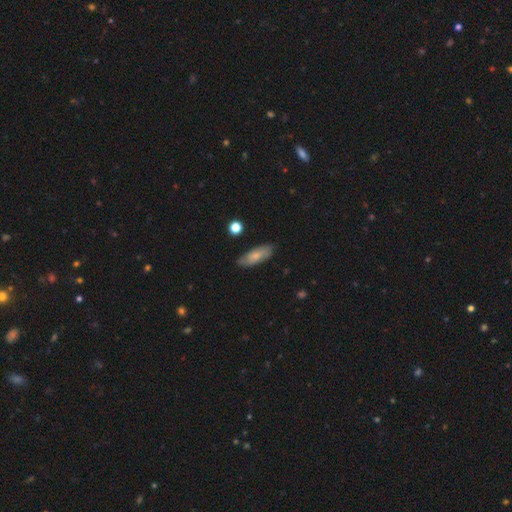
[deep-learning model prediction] smooth_or_featured: smooth (p=0.66) [alt: featured or disk p=0.27]
how_rounded: in between (p=0.69) [alt: cigar-shaped p=0.29]
merging: none (p=0.79) [alt: minor disturbance p=0.16]